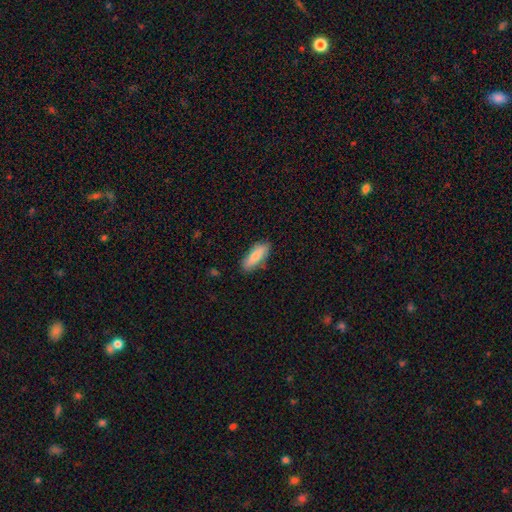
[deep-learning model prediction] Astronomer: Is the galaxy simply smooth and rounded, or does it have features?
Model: smooth — 78%.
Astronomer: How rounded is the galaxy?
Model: in between — 54% (runner-up: cigar-shaped, 44%).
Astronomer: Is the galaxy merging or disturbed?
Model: none — 83%.